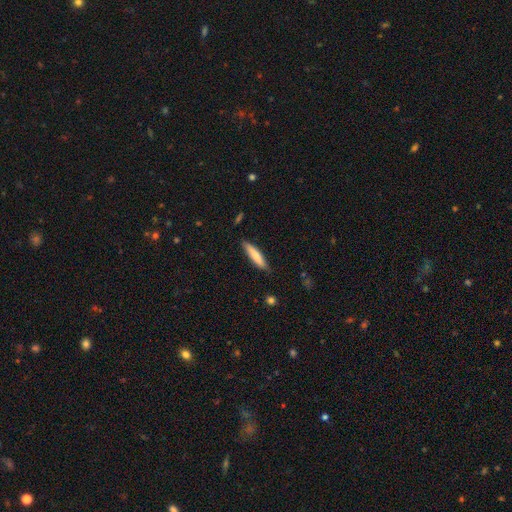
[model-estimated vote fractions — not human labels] This appears to be a smooth galaxy with no disk features (74%) that is cigar-shaped (83%). Merging: none (85%).